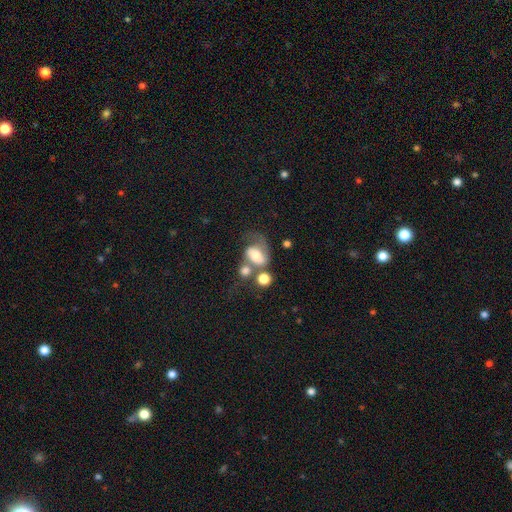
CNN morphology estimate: Q: Smooth or featured?
A: smooth (47%); runner-up: featured or disk (43%)
Q: Merging?
A: merger (38%); runner-up: major disturbance (26%)